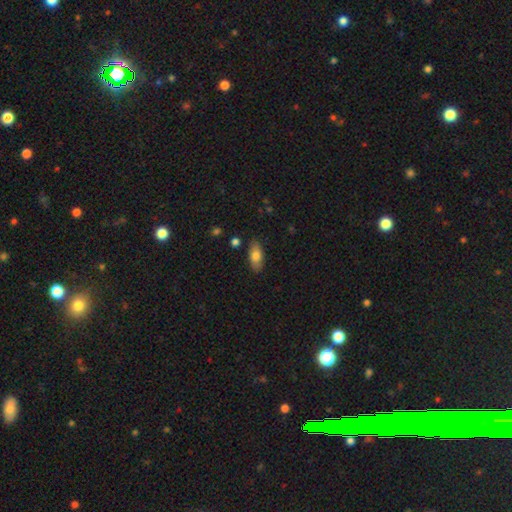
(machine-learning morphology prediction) Smooth or featured? smooth (77%)
How rounded? in between (85%)
Merging? none (86%)